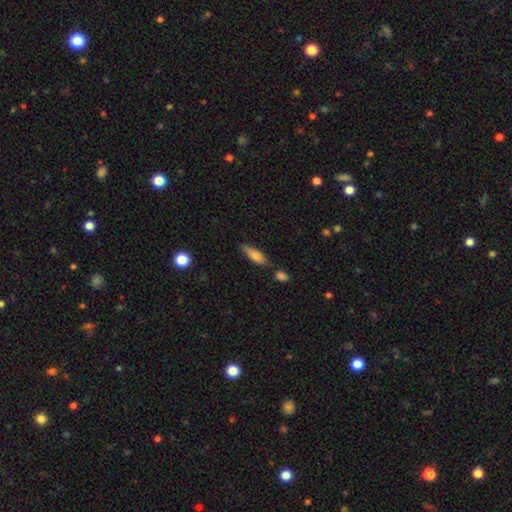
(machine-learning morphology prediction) Q: Smooth or featured?
A: smooth (76%); runner-up: featured or disk (17%)
Q: How rounded?
A: in between (54%); runner-up: cigar-shaped (44%)
Q: Merging?
A: none (64%); runner-up: minor disturbance (19%)